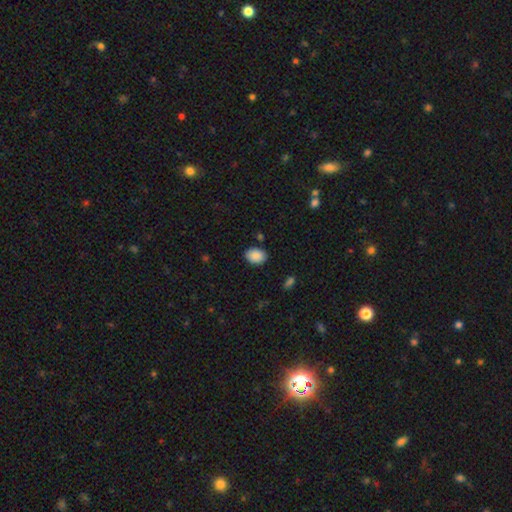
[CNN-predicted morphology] Smooth or featured? smooth (89%)
How rounded? in between (77%)
Merging? none (84%)